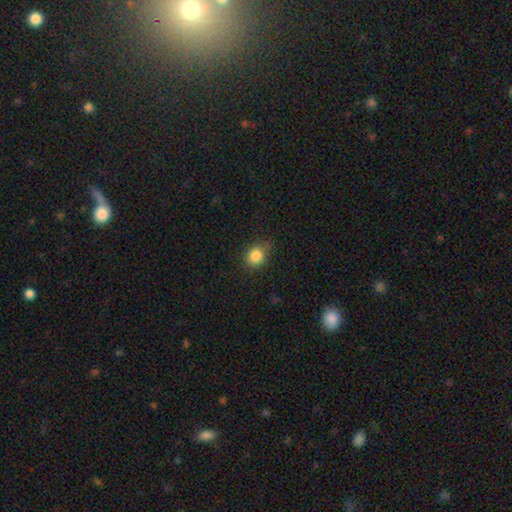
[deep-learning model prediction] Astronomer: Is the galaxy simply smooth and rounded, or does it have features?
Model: smooth — 85%.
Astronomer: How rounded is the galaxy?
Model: round — 69%.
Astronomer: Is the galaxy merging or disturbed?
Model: none — 76%.